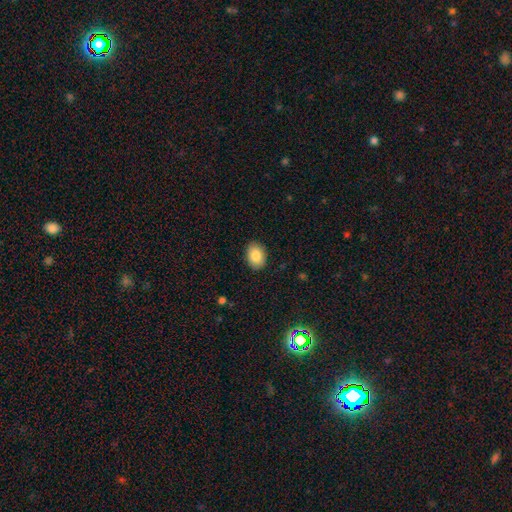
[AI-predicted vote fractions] Smooth or featured?
  - smooth: 86% *
  - star or artifact: 7%
  - featured or disk: 7%
How rounded?
  - in between: 77% *
  - round: 22%
  - cigar-shaped: 1%
Merging?
  - none: 89% *
  - minor disturbance: 8%
  - major disturbance: 2%
  - merger: 1%